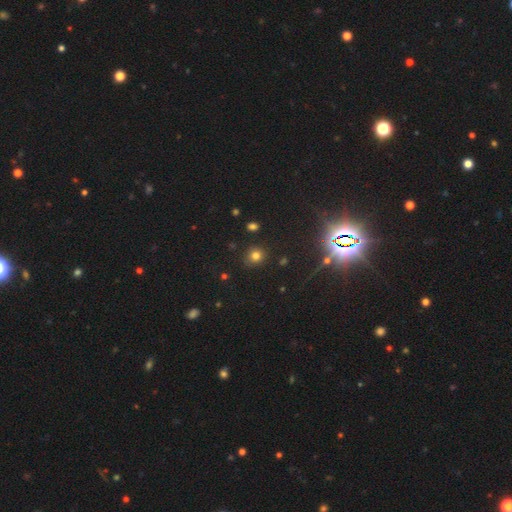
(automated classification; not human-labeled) smooth 74%, star or artifact 19%, featured or disk 7%. Down the decision tree: how rounded — round (86%); merging — none (84%).